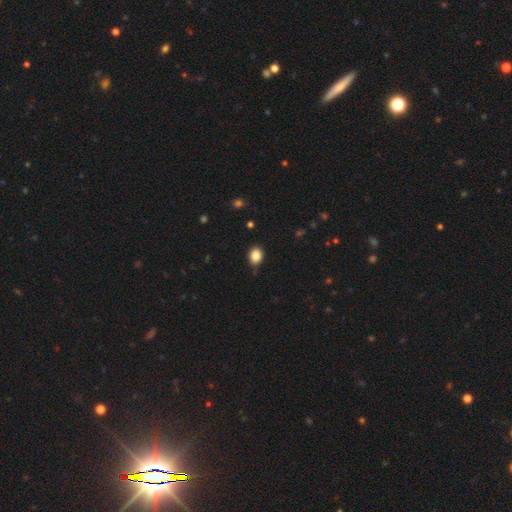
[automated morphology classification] smooth-or-featured: smooth: 86% | star or artifact: 9% | featured or disk: 4%
  how-rounded: in between: 59% | round: 40% | cigar-shaped: 1%
  merging: none: 86% | minor disturbance: 11% | major disturbance: 2% | merger: 1%